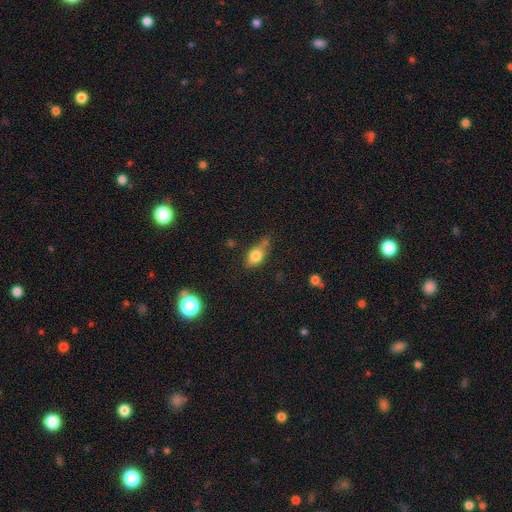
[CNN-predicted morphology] The model was most divided on "merging": none: 50%, minor disturbance: 28%, merger: 14%, major disturbance: 9%. More confident: smooth or featured — smooth (79%); how rounded — in between (75%).